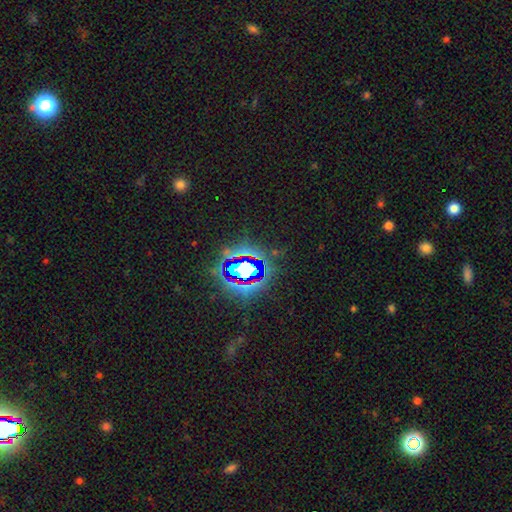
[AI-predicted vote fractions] A star or artifact, not a galaxy (82%).